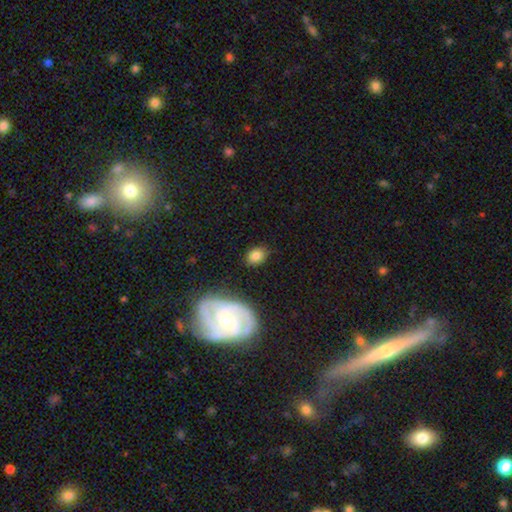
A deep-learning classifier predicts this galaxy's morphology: Overall: smooth (78%). How rounded: in between (68%; round 31%). Merging: none (79%).